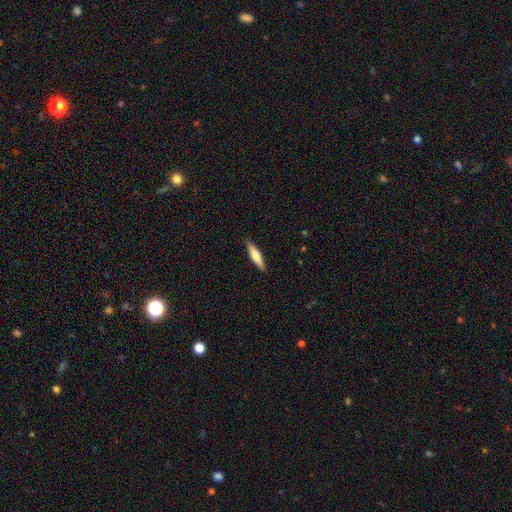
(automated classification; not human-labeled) Smooth or featured? smooth (65%)
How rounded? cigar-shaped (80%)
Merging? none (88%)